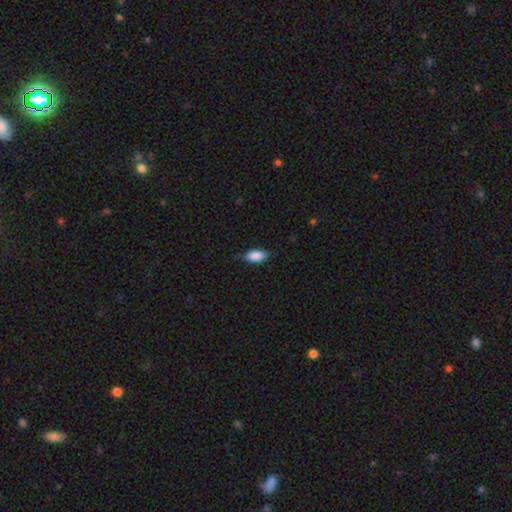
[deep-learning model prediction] smooth_or_featured: smooth (p=0.87) [alt: star or artifact p=0.07]
how_rounded: in between (p=0.89) [alt: cigar-shaped p=0.09]
merging: none (p=0.74) [alt: minor disturbance p=0.21]